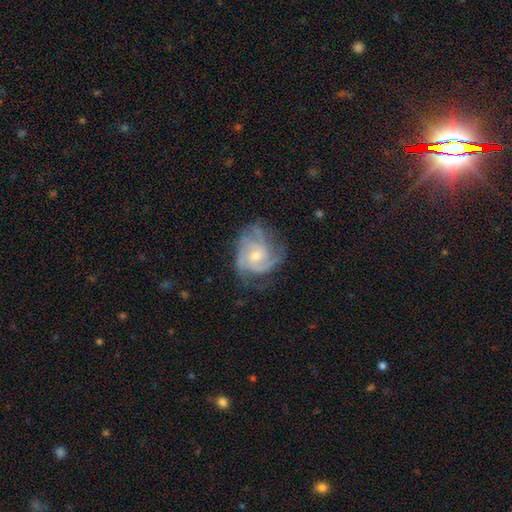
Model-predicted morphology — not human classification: smooth-or-featured: featured or disk: 81% | smooth: 13% | star or artifact: 6%
  disk-edge-on: no: 98% | yes: 2%
    bar: no: 70% | weak: 26% | strong: 3%
    has-spiral-arms: yes: 94% | no: 6%
      spiral-winding: tight: 44% | medium: 42% | loose: 13%
      spiral-arm-count: 3: 42% | can't tell: 20% | 2: 16% | 4: 12% | 1: 5% | more than 4: 4%
    bulge-size: moderate: 48% | small: 47% | large: 2% | none: 2% | dominant: 1%
  merging: none: 58% | minor disturbance: 24% | major disturbance: 16% | merger: 2%